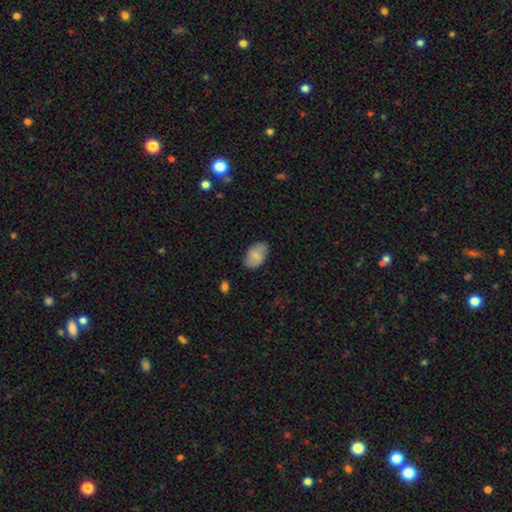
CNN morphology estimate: smooth 65%, featured or disk 28%, star or artifact 7%. Down the decision tree: how rounded — in between (89%); merging — none (79%).